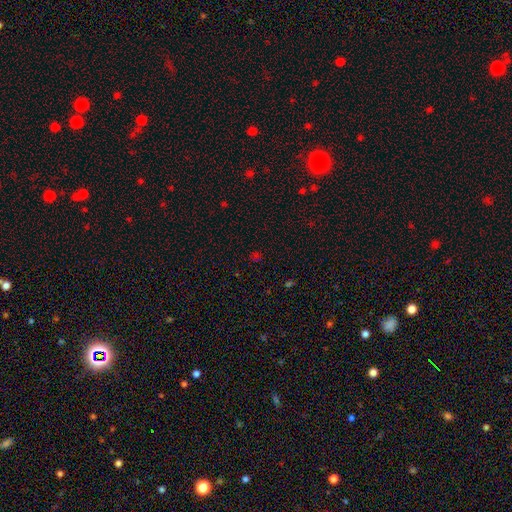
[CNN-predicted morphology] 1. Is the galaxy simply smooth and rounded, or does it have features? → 54% star or artifact, 40% smooth, 7% featured or disk.